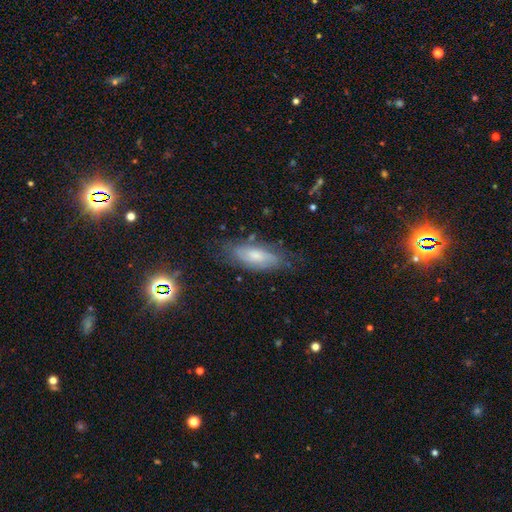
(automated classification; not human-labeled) The model was most divided on "smooth or featured": smooth: 46%, featured or disk: 45%, star or artifact: 9%. More confident: merging — none (68%).